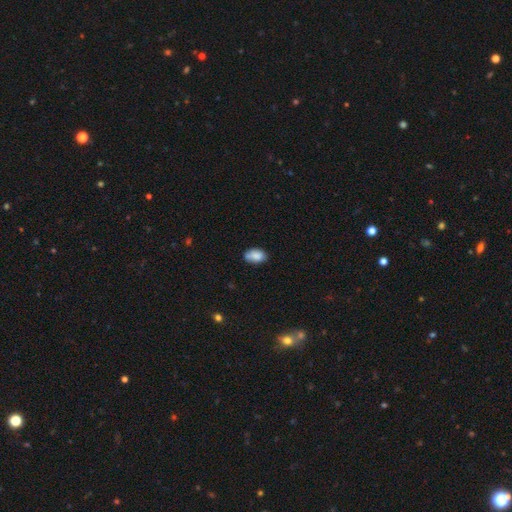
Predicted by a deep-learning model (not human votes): Overall: smooth (82%). How rounded: in between (88%). Merging: none (64%; minor disturbance 25%).